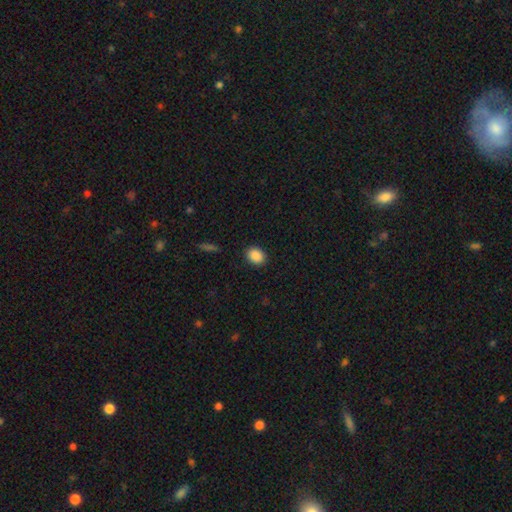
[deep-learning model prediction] Morphology: type=smooth (89%); roundness=in between (51%); merging=none (90%).